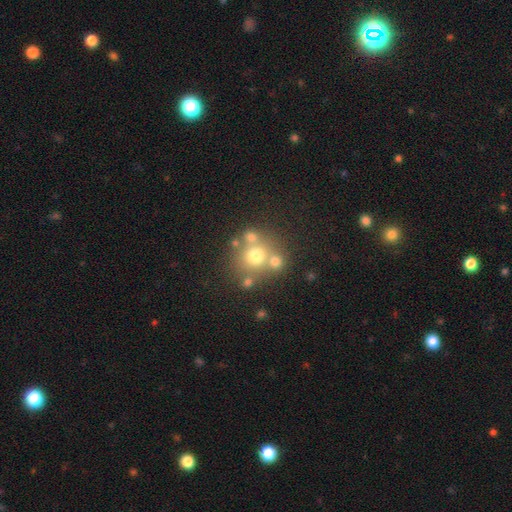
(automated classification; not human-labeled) This appears to be a smooth galaxy with no disk features (64%) that is round (85%). Merging: none (58%).